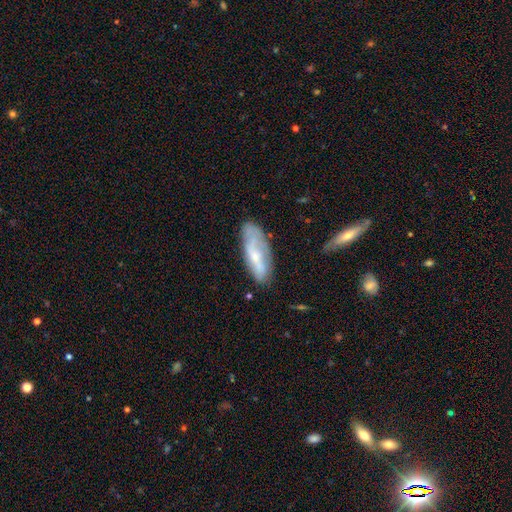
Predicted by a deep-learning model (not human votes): Q: Smooth or featured?
A: featured or disk (49%); runner-up: smooth (44%)
Q: Merging?
A: none (64%); runner-up: minor disturbance (25%)